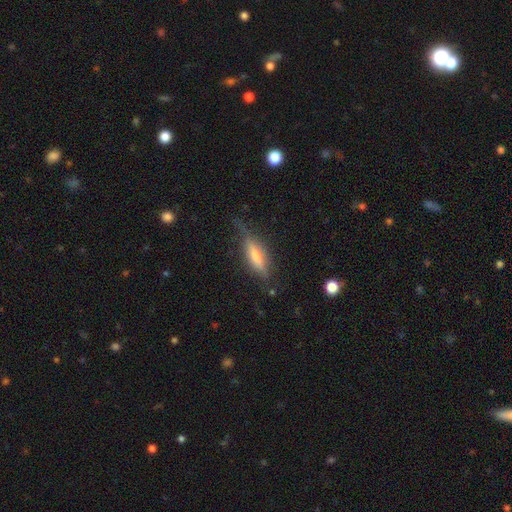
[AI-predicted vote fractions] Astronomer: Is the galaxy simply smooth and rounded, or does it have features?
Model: featured or disk — 47% (runner-up: smooth, 45%).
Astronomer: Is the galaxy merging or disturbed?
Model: none — 65%.